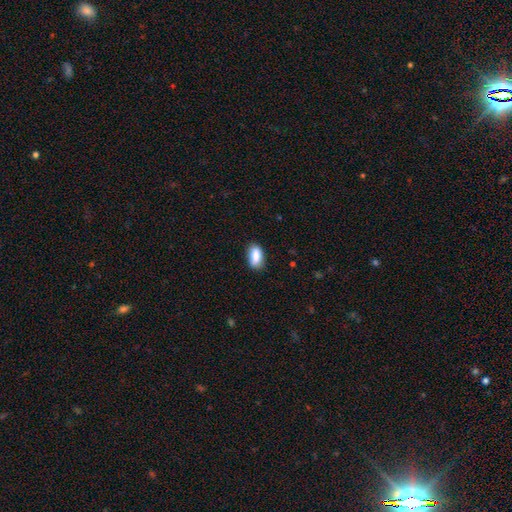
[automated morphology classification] type=smooth (85%); roundness=in between (90%); merging=none (79%).